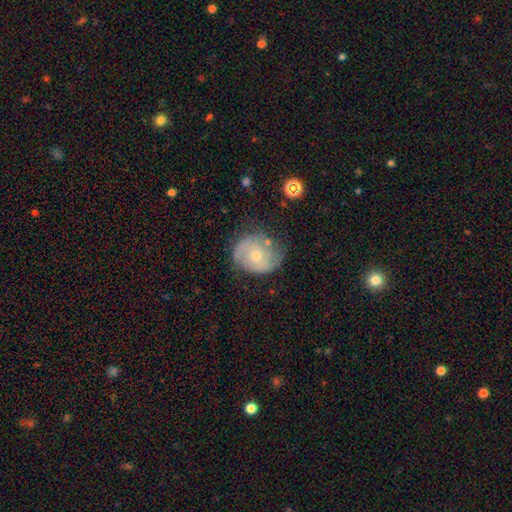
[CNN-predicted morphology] Q: Smooth or featured?
A: featured or disk (55%); runner-up: smooth (37%)
Q: Edge-on disk?
A: no (97%); runner-up: yes (3%)
Q: Bar?
A: no (77%); runner-up: weak (20%)
Q: Spiral arms?
A: yes (72%); runner-up: no (28%)
Q: Bulge size?
A: moderate (52%); runner-up: small (44%)
Q: Merging?
A: none (57%); runner-up: minor disturbance (29%)